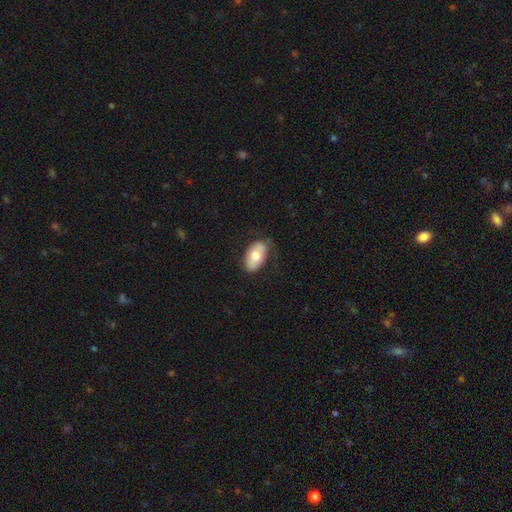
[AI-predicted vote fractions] Smooth or featured? smooth (69%)
How rounded? in between (93%)
Merging? none (72%)